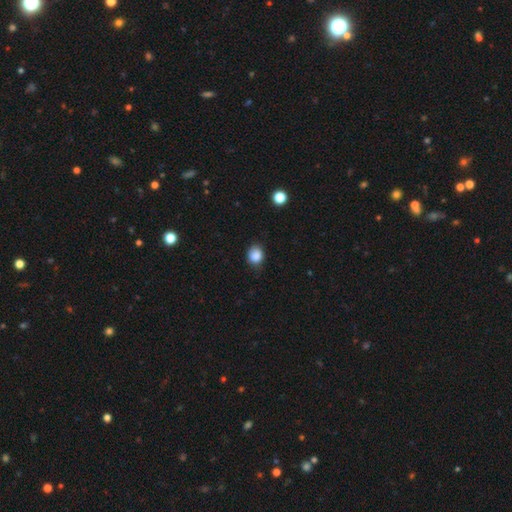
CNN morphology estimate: The model was most divided on "how rounded": round: 66%, in between: 34%, cigar-shaped: 1%. More confident: smooth or featured — smooth (86%); merging — none (76%).